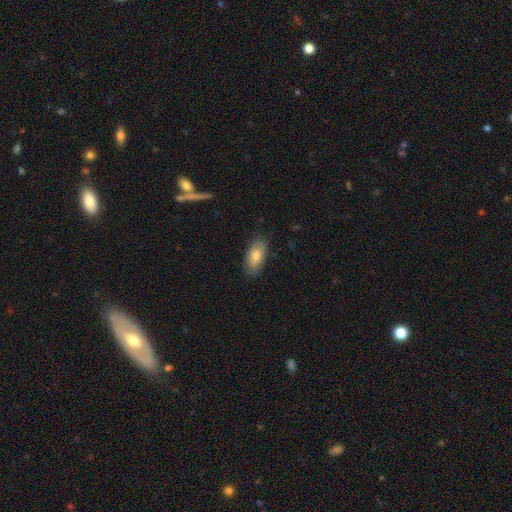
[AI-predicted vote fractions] Smooth or featured? smooth (79%)
How rounded? in between (90%)
Merging? none (84%)